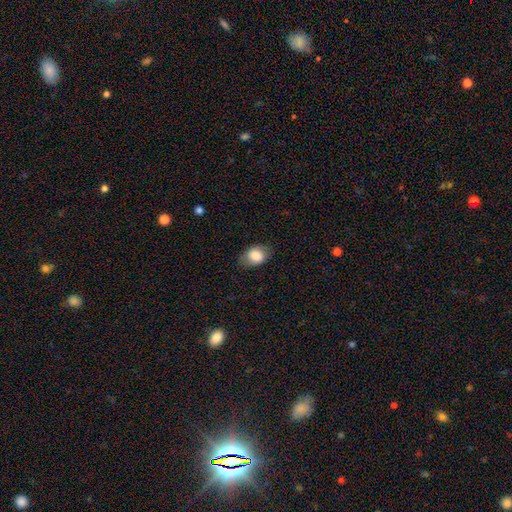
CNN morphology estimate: A smooth galaxy with no disk features (81%) that is in between round and cigar-shaped (78%).

Vote fractions:
- Smooth or featured? smooth: 81% / featured or disk: 12% / star or artifact: 7%
- How rounded? in between: 78% / round: 21% / cigar-shaped: 1%
- Merging? none: 78% / minor disturbance: 16% / major disturbance: 5% / merger: 1%